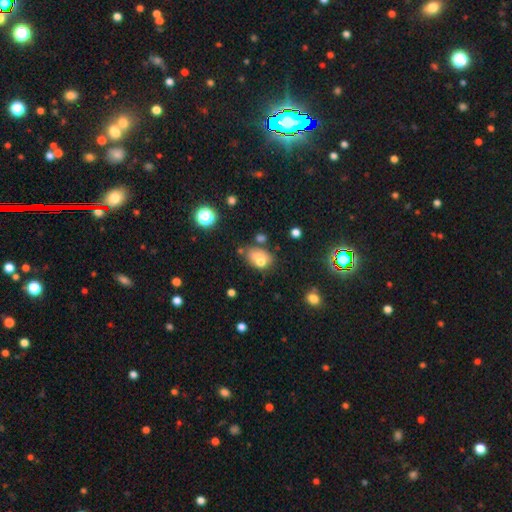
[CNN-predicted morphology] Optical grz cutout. It shows a smooth galaxy with no disk features (68%) that is in between round and cigar-shaped (75%). Merging: none (42%).